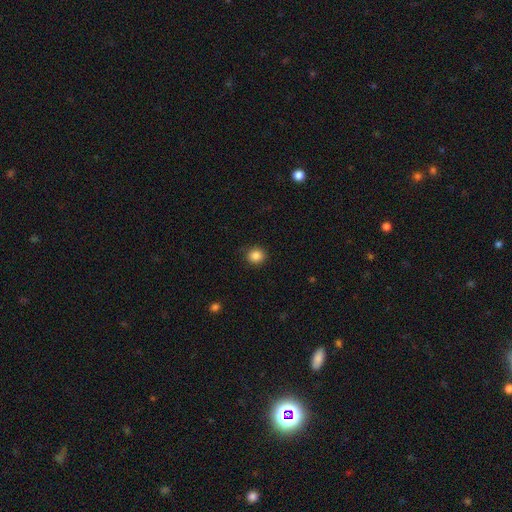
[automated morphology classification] A smooth galaxy with no disk features (86%) that is round (87%).

Vote fractions:
- Smooth or featured? smooth: 86% / star or artifact: 10% / featured or disk: 4%
- How rounded? round: 87% / in between: 12% / cigar-shaped: 1%
- Merging? none: 87% / minor disturbance: 9% / major disturbance: 2% / merger: 1%